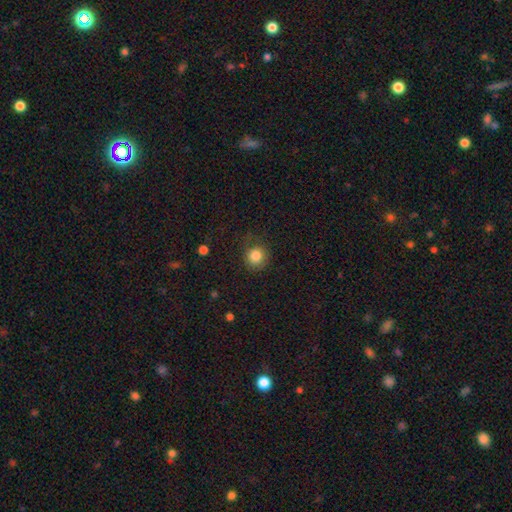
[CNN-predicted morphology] This is clearly a smooth galaxy (84%). How rounded: clearly round (88%). Merging: likely none (78%).